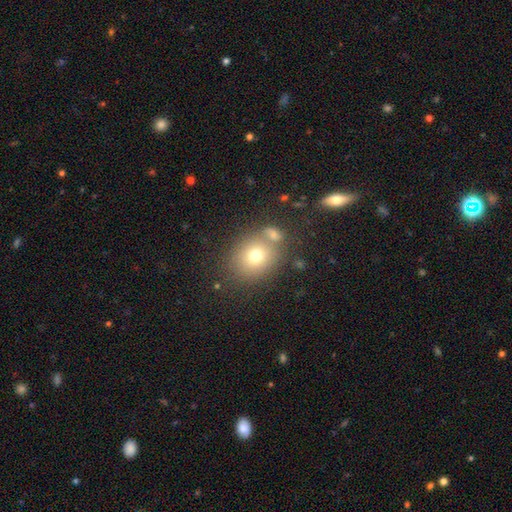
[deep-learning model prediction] A smooth galaxy with no disk features (73%) that is round (66%). Merging: none (63%).